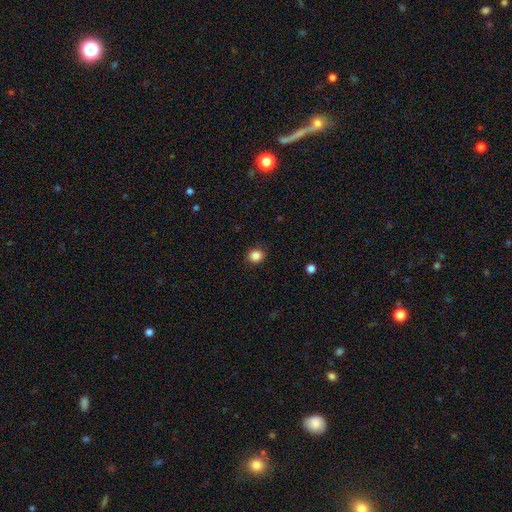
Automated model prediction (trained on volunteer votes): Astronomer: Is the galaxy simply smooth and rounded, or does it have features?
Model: smooth — 86%.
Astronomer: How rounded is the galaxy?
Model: round — 86%.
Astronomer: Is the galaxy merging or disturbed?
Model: none — 90%.